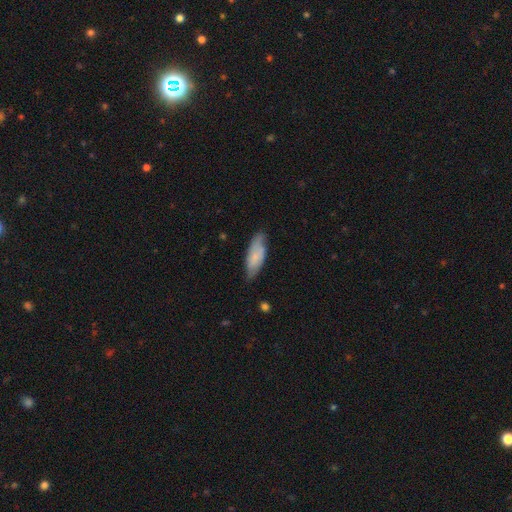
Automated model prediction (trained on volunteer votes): smooth-or-featured: smooth: 63% | featured or disk: 31% | star or artifact: 6%
  how-rounded: in between: 70% | cigar-shaped: 29% | round: 2%
  merging: none: 71% | minor disturbance: 24% | major disturbance: 4% | merger: 2%